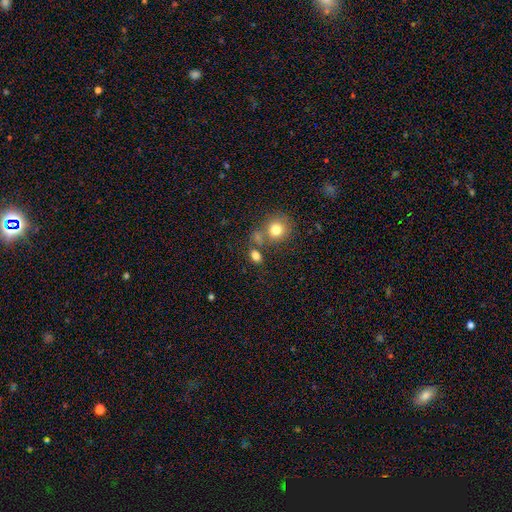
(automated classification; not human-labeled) Smooth or featured? Predicted: smooth (p=0.79). How rounded? Predicted: in between (p=0.64). Merging? Predicted: none (p=0.64).